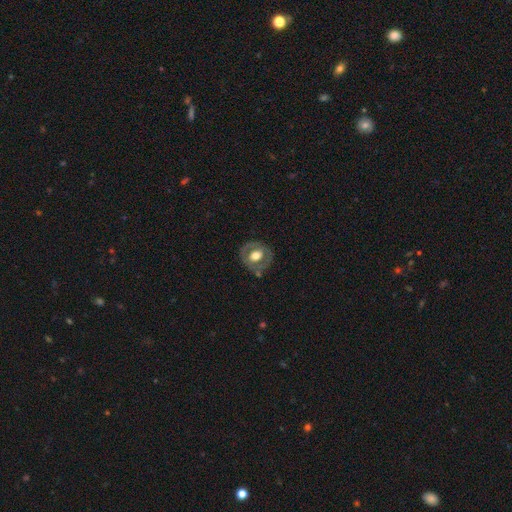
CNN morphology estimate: This appears to be a featured or disk galaxy (55%) with no bar (63%), no spiral arms (75%) and a moderate central bulge (55%). Merging: none (73%).